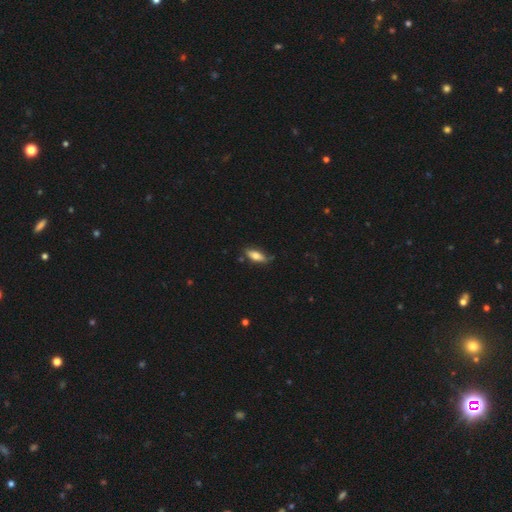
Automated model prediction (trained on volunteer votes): The model was most divided on "merging": none: 67%, minor disturbance: 26%, major disturbance: 5%, merger: 3%. More confident: how rounded — in between (74%); smooth or featured — smooth (72%).